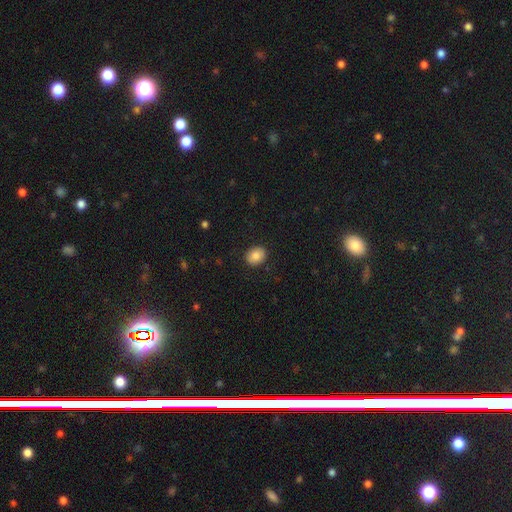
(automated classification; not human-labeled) smooth 85%, star or artifact 8%, featured or disk 6%. Down the decision tree: how rounded — in between (51%); merging — none (90%).